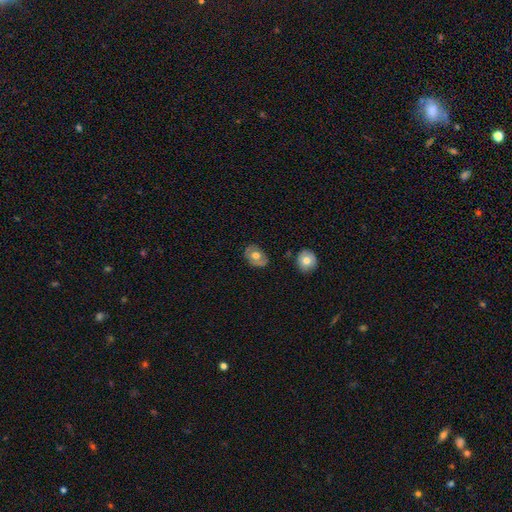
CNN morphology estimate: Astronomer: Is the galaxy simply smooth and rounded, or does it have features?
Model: smooth — 57% (runner-up: featured or disk, 36%).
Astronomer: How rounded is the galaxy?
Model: in between — 67%.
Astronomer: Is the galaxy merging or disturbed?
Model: none — 69%.